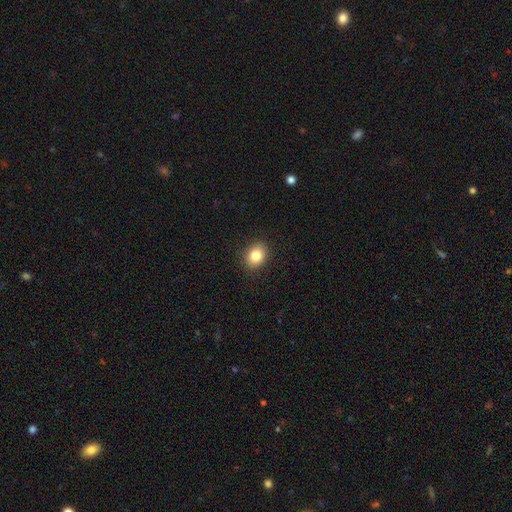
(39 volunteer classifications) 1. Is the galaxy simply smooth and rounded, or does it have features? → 79% smooth, 13% featured or disk, 8% star or artifact.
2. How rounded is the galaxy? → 52% in between, 48% round, 0% cigar-shaped.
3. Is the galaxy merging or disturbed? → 100% none, 0% minor disturbance, 0% major disturbance, 0% merger.